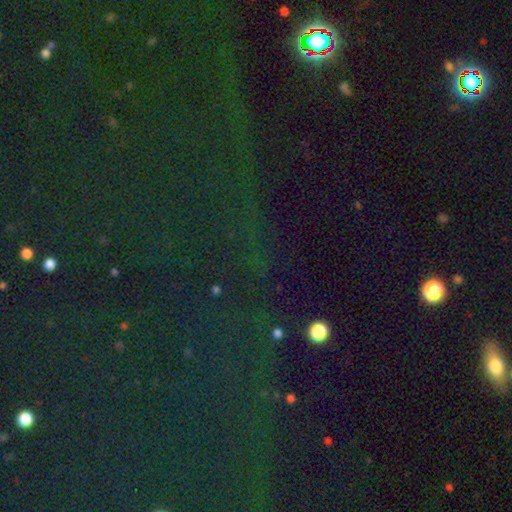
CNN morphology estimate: type=star or artifact (81%).